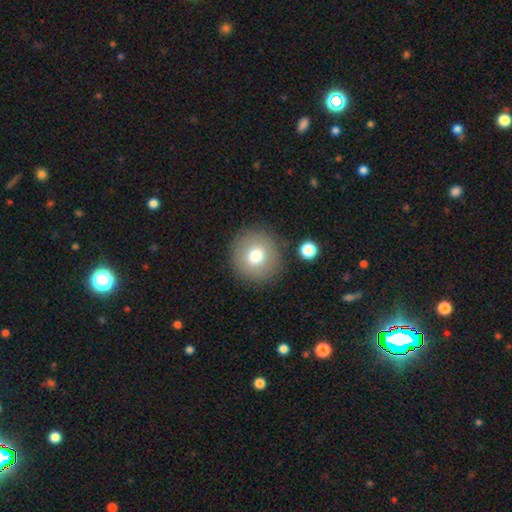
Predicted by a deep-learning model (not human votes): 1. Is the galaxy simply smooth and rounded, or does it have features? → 75% smooth, 15% featured or disk, 11% star or artifact.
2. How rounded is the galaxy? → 93% round, 6% in between, 1% cigar-shaped.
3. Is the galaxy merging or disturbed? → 87% none, 7% minor disturbance, 3% major disturbance, 3% merger.